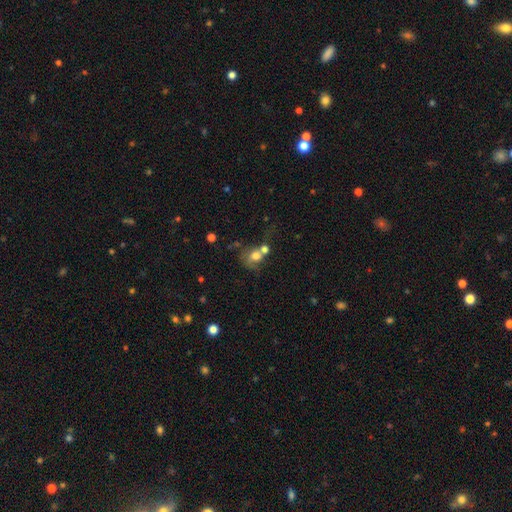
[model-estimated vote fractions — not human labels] Q: Smooth or featured?
A: smooth (67%); runner-up: featured or disk (21%)
Q: How rounded?
A: round (65%); runner-up: in between (33%)
Q: Merging?
A: merger (52%); runner-up: none (25%)